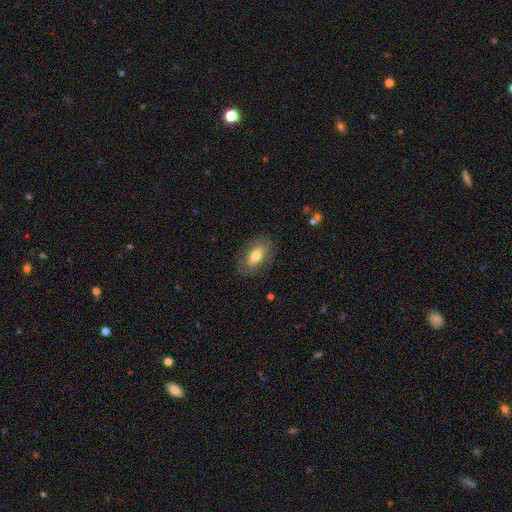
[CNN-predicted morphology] The model was most divided on "smooth or featured": smooth: 69%, featured or disk: 24%, star or artifact: 7%. More confident: how rounded — in between (88%); merging — none (83%).